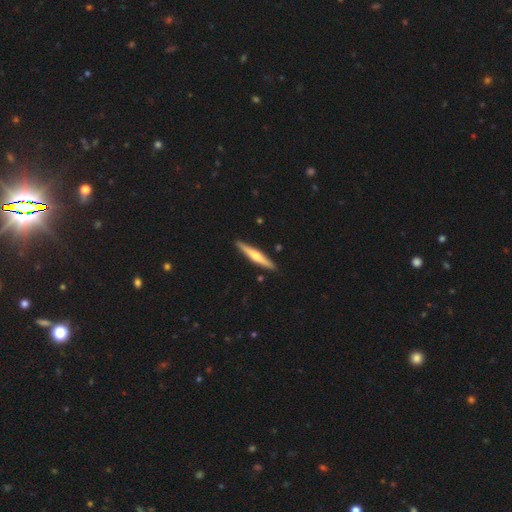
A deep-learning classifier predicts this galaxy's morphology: This appears to be a featured or disk galaxy (55%) viewed edge-on (97%) with a rounded central bulge (82%). Merging: none (90%).